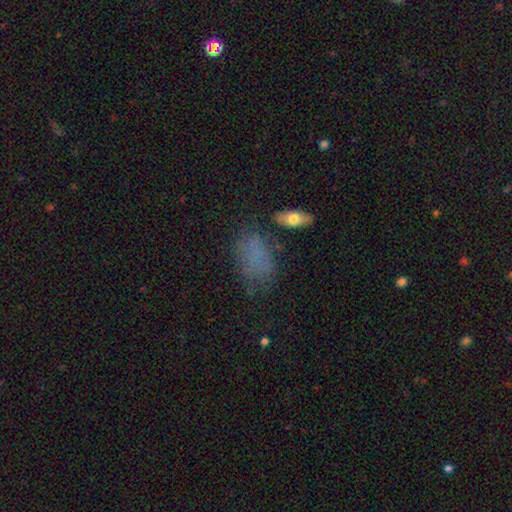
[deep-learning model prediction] Q: Smooth or featured?
A: smooth (68%); runner-up: featured or disk (16%)
Q: How rounded?
A: in between (87%); runner-up: round (10%)
Q: Merging?
A: none (53%); runner-up: minor disturbance (25%)